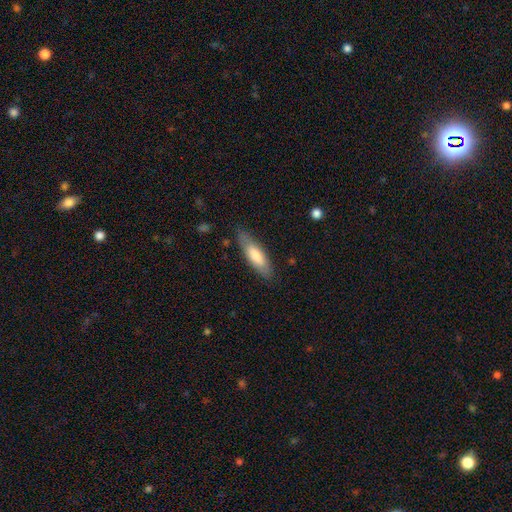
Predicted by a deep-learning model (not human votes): A smooth galaxy with no disk features (69%) that is cigar-shaped (55%). Merging: none (80%).